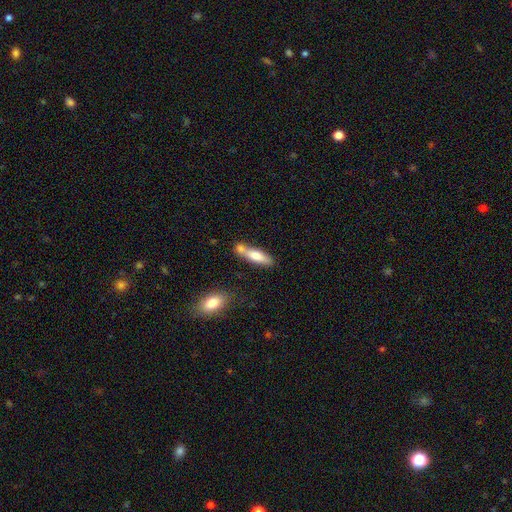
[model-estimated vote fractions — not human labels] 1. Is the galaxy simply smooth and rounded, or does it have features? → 69% smooth, 25% featured or disk, 6% star or artifact.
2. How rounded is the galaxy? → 68% cigar-shaped, 30% in between, 2% round.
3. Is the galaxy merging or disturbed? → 53% none, 28% merger, 15% minor disturbance, 4% major disturbance.